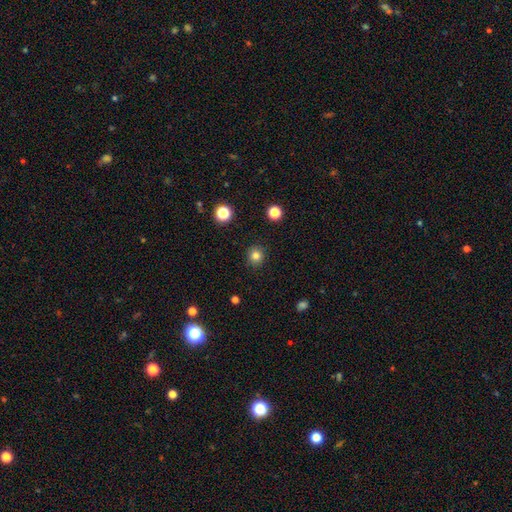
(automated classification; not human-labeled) Smooth or featured?
  - smooth: 82% *
  - star or artifact: 13%
  - featured or disk: 5%
How rounded?
  - round: 91% *
  - in between: 8%
  - cigar-shaped: 1%
Merging?
  - none: 91% *
  - minor disturbance: 6%
  - major disturbance: 2%
  - merger: 1%